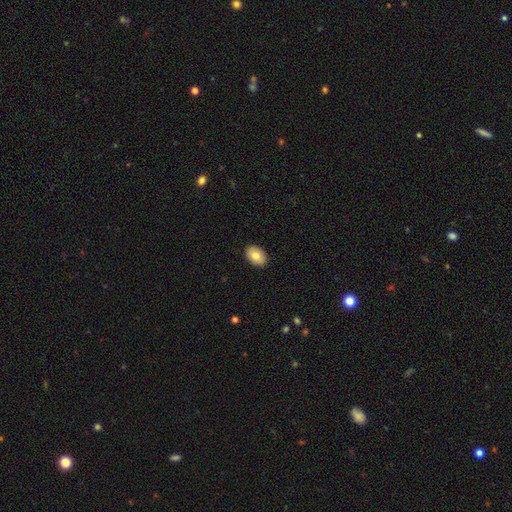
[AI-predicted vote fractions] Overall: smooth (78%). How rounded: in between (84%). Merging: none (90%).